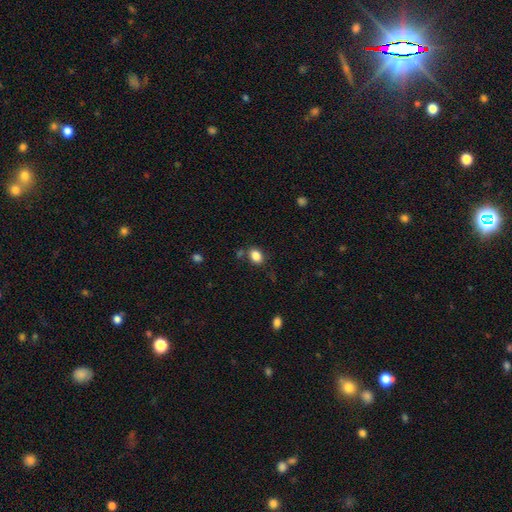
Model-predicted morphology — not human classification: Smooth or featured? Predicted: smooth (p=0.85). How rounded? Predicted: in between (p=0.68). Merging? Predicted: none (p=0.75).